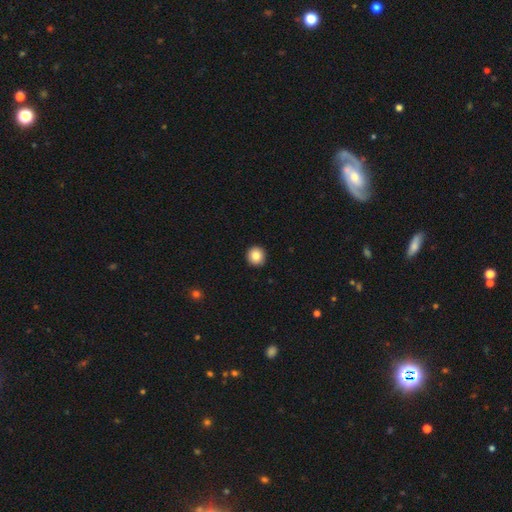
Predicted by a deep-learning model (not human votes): Morphology: type=smooth (84%); roundness=round (93%); merging=none (93%).